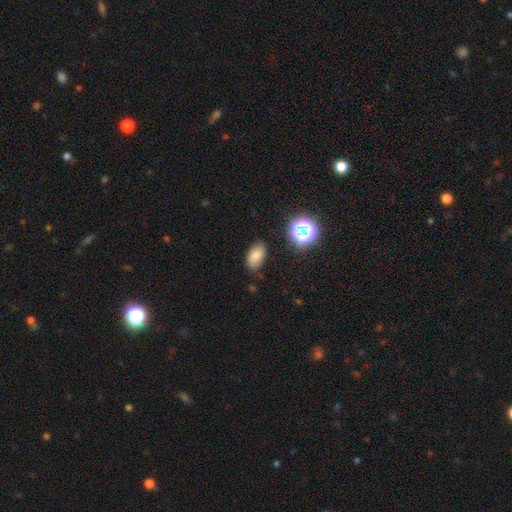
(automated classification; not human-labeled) Smooth or featured? smooth (77%)
How rounded? in between (91%)
Merging? none (82%)